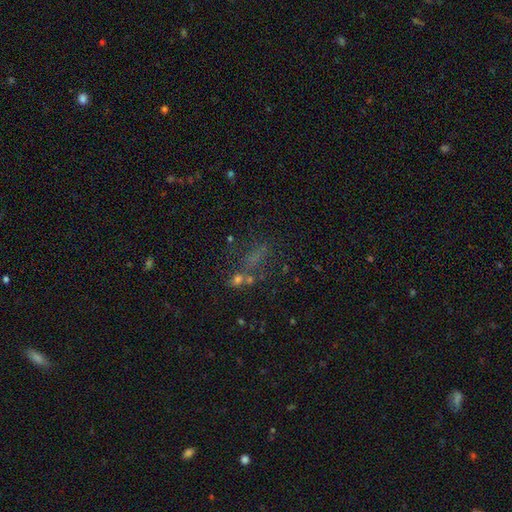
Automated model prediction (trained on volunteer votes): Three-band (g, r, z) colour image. It shows a smooth galaxy with no disk features (38%, tied with star or artifact). Merging: none (47%).